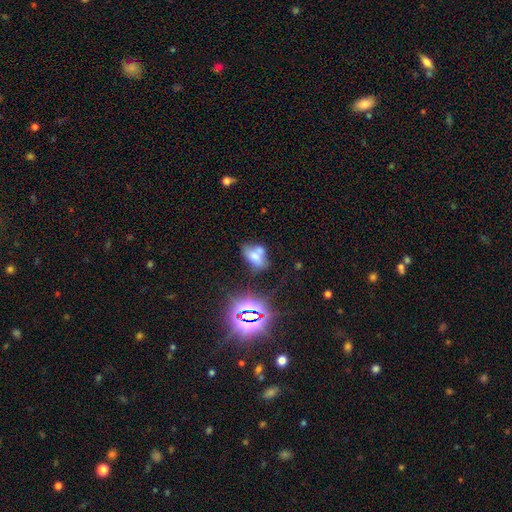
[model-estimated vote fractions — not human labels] Smooth or featured: smooth — 54% (featured or disk — 26%)
How rounded: in between — 80% (round — 16%)
Merging: merger — 40% (none — 32%)